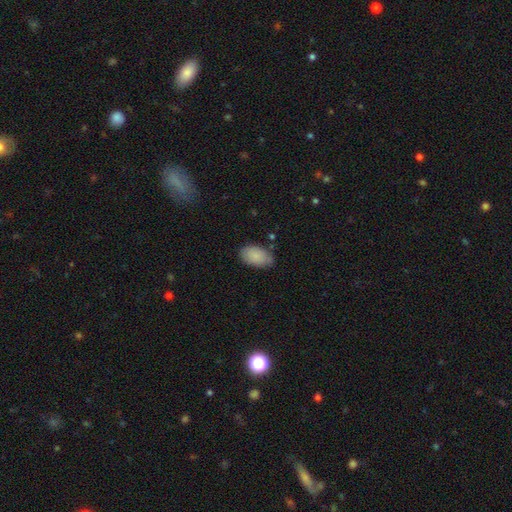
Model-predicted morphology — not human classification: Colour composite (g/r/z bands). It shows a smooth galaxy with no disk features (87%) that is in between round and cigar-shaped (93%). Merging: none (73%).